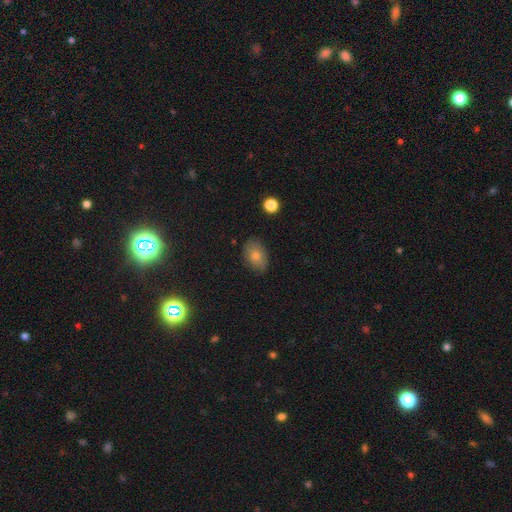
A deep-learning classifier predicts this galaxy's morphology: smooth_or_featured: smooth (p=0.68) [alt: featured or disk p=0.16]
how_rounded: in between (p=0.82) [alt: round p=0.16]
merging: none (p=0.82) [alt: minor disturbance p=0.14]